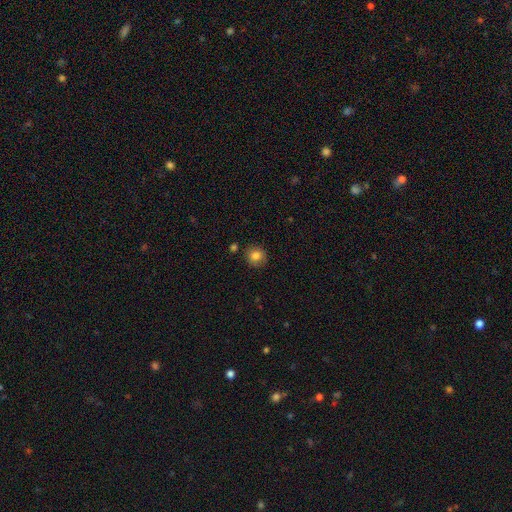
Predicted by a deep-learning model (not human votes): This appears to be a smooth galaxy with no disk features (82%) that is round (91%). Merging: none (86%).